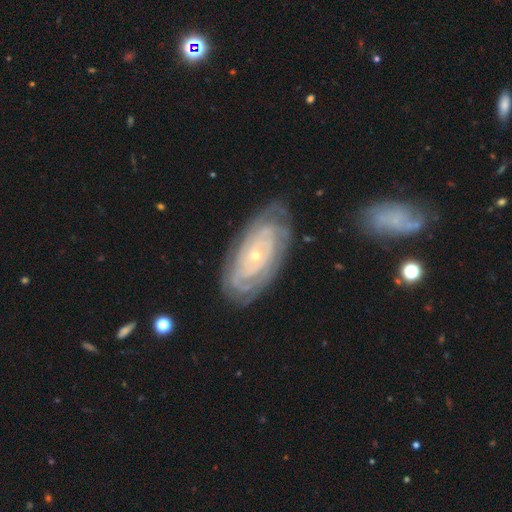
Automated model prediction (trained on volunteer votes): Morphology: type=featured or disk (86%); edge-on=no (94%); bar=no (79%); spiral arms=yes (94%); winding=tight (83%); arm count=can't tell (40%); bulge=small (79%); merging=none (78%).